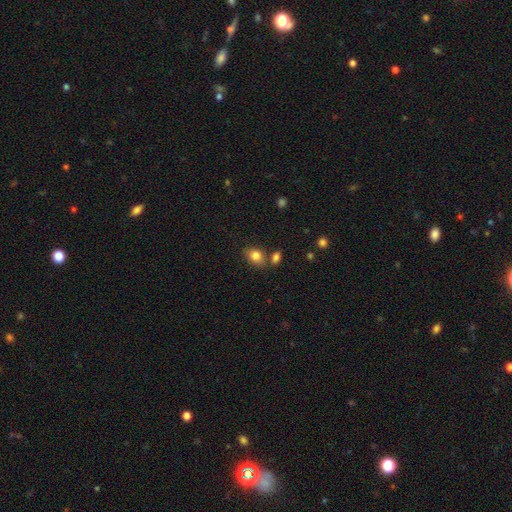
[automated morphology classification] Smooth or featured? Predicted: smooth (p=0.83). How rounded? Predicted: in between (p=0.73). Merging? Predicted: none (p=0.67).